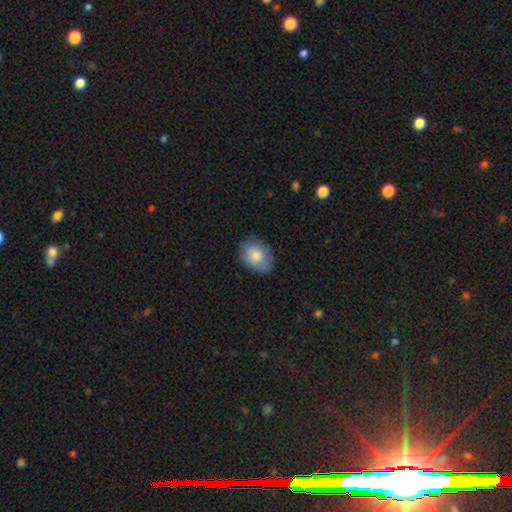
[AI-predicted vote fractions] A smooth galaxy with no disk features (80%) that is in between round and cigar-shaped (72%). Merging: none (74%).